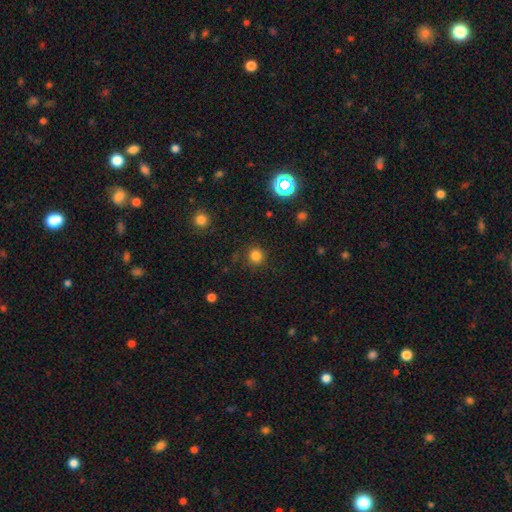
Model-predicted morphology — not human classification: Overall: smooth (81%). How rounded: round (93%). Merging: none (87%).